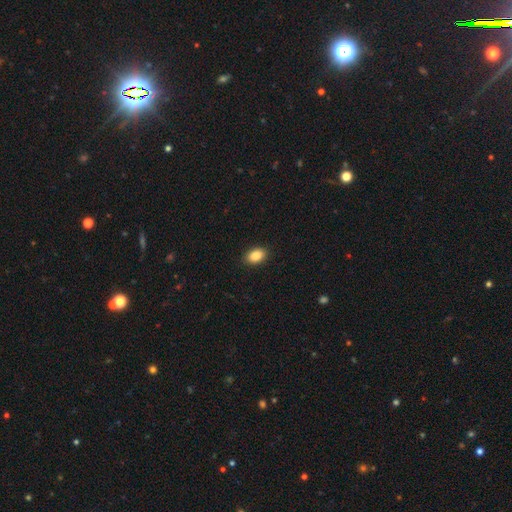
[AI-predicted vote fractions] Q: Smooth or featured?
A: smooth (88%); runner-up: star or artifact (8%)
Q: How rounded?
A: in between (88%); runner-up: round (11%)
Q: Merging?
A: none (90%); runner-up: minor disturbance (8%)